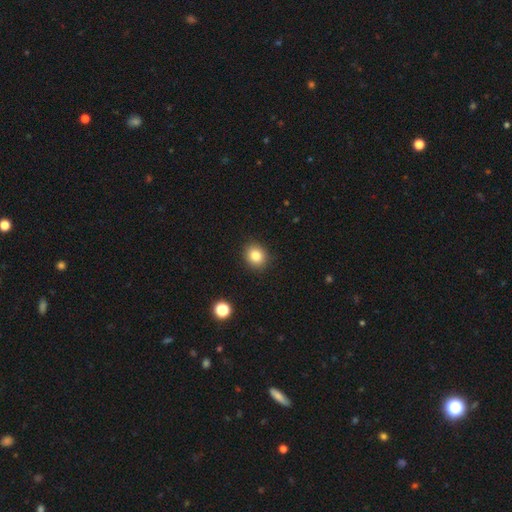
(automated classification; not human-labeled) smooth 82%, star or artifact 11%, featured or disk 7%. Down the decision tree: how rounded — round (71%); merging — none (91%).